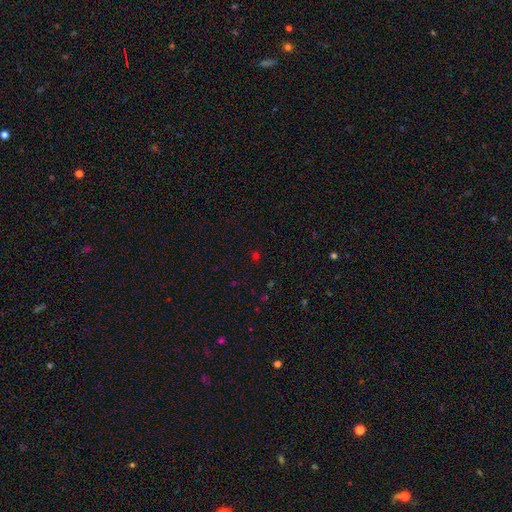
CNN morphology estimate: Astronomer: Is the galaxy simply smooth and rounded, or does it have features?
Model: smooth — 51% (runner-up: star or artifact, 43%).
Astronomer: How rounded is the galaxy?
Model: round — 81%.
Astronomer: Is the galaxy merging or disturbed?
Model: none — 82%.